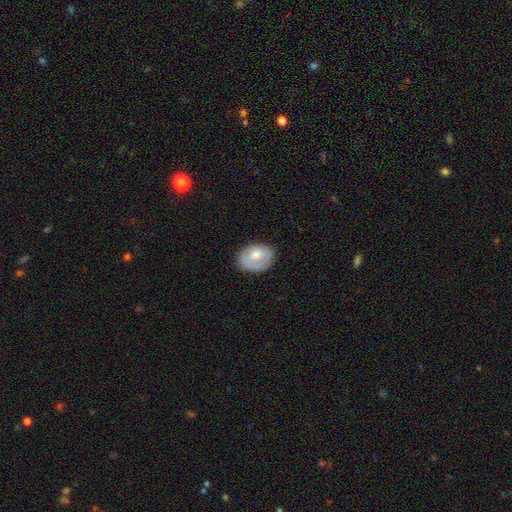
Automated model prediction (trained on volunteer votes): Smooth or featured: smooth — 61% (featured or disk — 33%)
How rounded: in between — 68% (round — 31%)
Merging: none — 65% (minor disturbance — 25%)